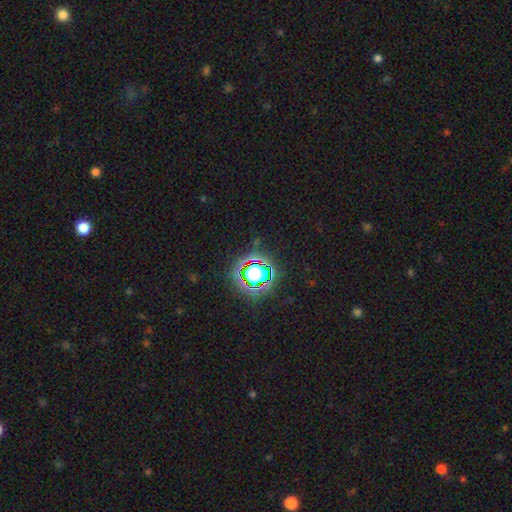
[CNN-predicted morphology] star or artifact 81%, smooth 13%, featured or disk 7%.